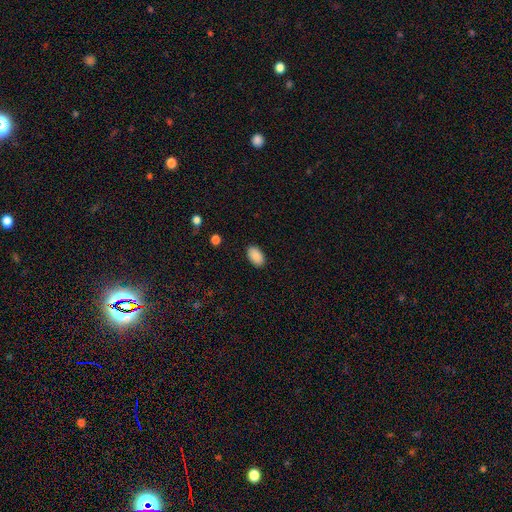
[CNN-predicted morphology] Smooth or featured? smooth (89%)
How rounded? in between (93%)
Merging? none (88%)